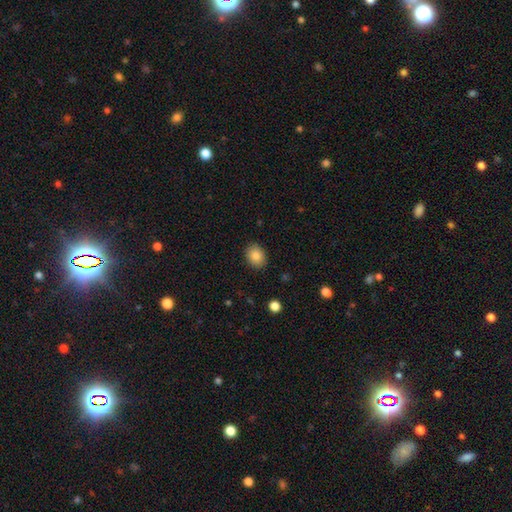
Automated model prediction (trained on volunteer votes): Morphology: type=smooth (86%); roundness=in between (55%); merging=none (88%).